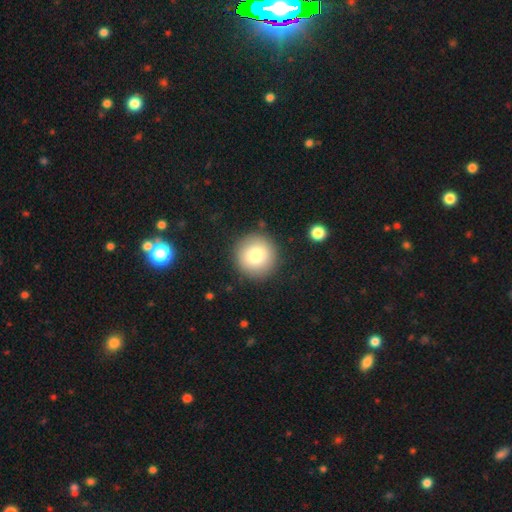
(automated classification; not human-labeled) A smooth galaxy with no disk features (79%) that is round (95%). Merging: none (89%).